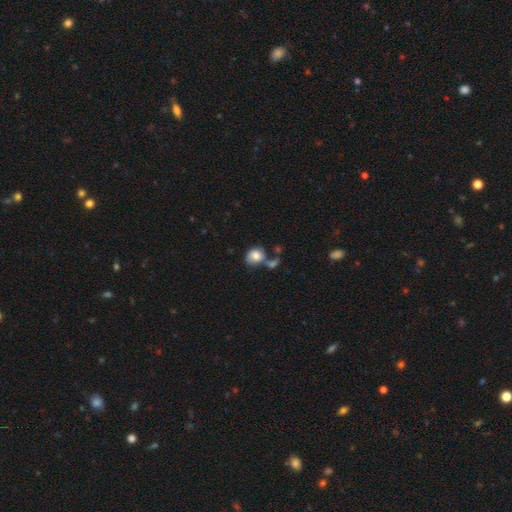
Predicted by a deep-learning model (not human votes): smooth_or_featured: smooth (p=0.76) [alt: featured or disk p=0.15]
how_rounded: round (p=0.56) [alt: in between p=0.43]
merging: none (p=0.38) [alt: merger p=0.34]